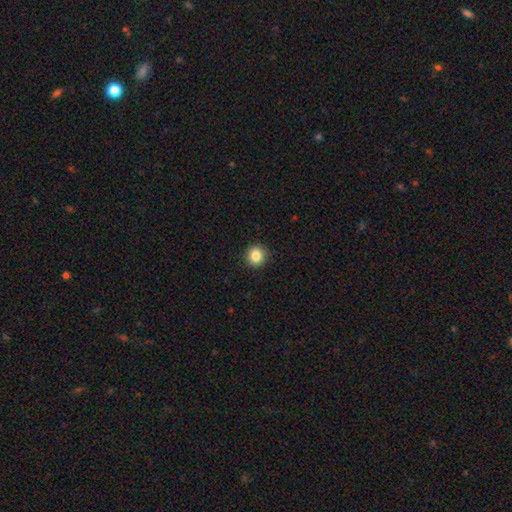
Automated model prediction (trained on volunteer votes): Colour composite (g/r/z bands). It shows a smooth galaxy with no disk features (85%) that is round (92%). Merging: none (92%).